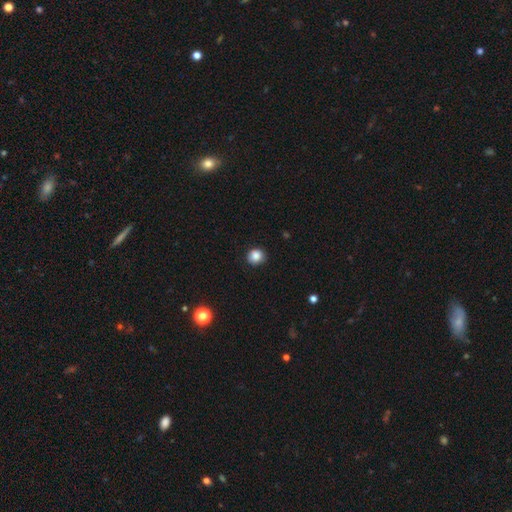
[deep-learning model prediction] Morphology: type=smooth (86%); roundness=round (86%); merging=none (87%).